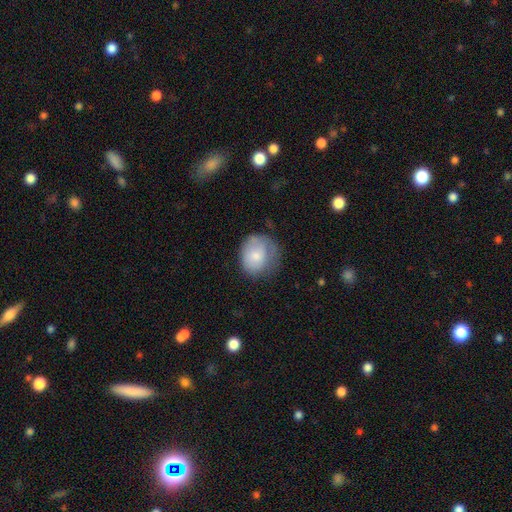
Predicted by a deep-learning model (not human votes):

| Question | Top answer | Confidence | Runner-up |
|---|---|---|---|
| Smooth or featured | smooth | 74% | featured or disk (19%) |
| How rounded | round | 71% | in between (28%) |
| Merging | none | 47% | minor disturbance (33%) |